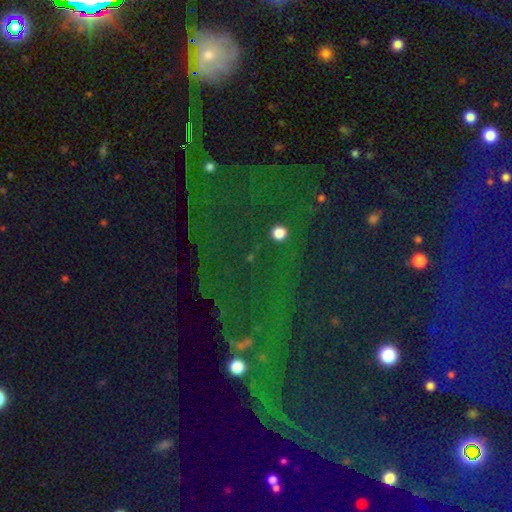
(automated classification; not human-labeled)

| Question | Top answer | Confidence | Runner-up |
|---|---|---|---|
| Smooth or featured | star or artifact | 74% | smooth (14%) |